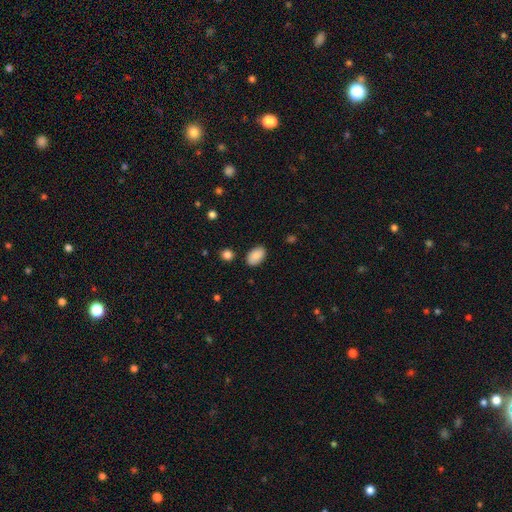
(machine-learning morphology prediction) The model was most divided on "merging": none: 86%, minor disturbance: 10%, major disturbance: 2%, merger: 2%. More confident: how rounded — in between (93%); smooth or featured — smooth (89%).